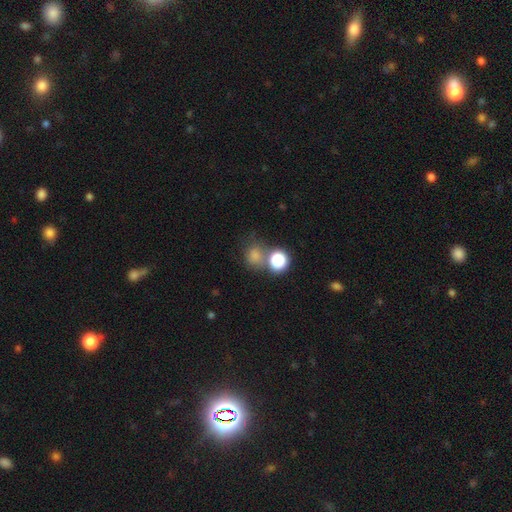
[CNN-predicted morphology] This appears to be a smooth galaxy with no disk features (73%) that is round (75%). Merging: none (54%).